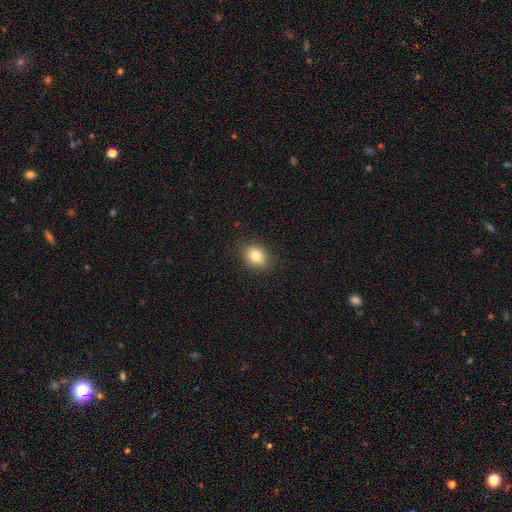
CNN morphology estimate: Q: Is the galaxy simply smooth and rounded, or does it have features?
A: smooth — 82%.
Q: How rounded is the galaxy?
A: round — 51%.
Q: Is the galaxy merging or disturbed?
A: none — 87%.